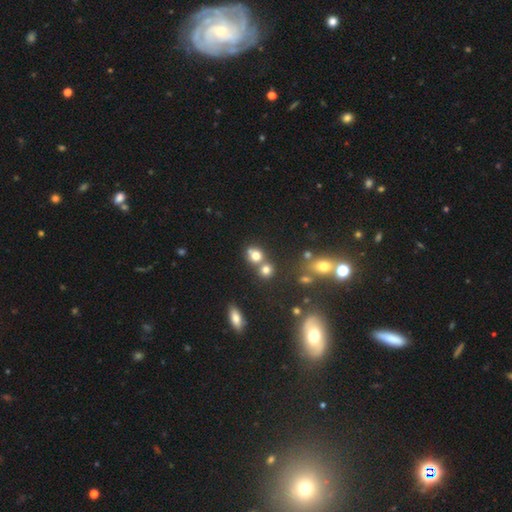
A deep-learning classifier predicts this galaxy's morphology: Smooth or featured? Predicted: smooth (p=0.72). How rounded? Predicted: round (p=0.70). Merging? Predicted: none (p=0.44).